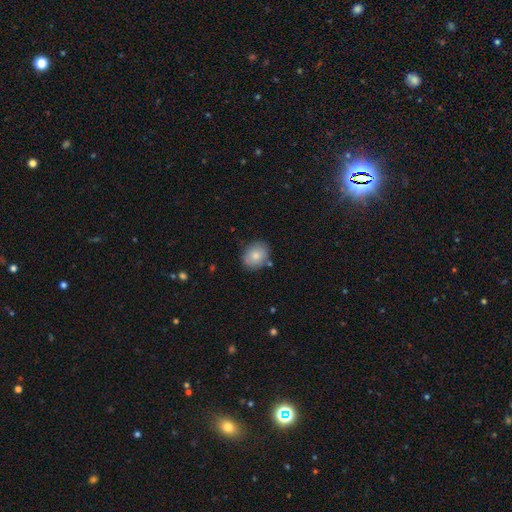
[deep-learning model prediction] A smooth galaxy with no disk features (79%) that is in between round and cigar-shaped (52%). Merging: none (81%).